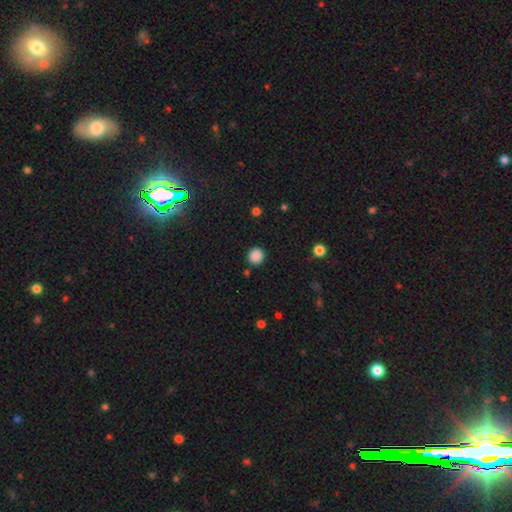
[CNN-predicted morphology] type=smooth (87%); roundness=round (91%); merging=none (89%).